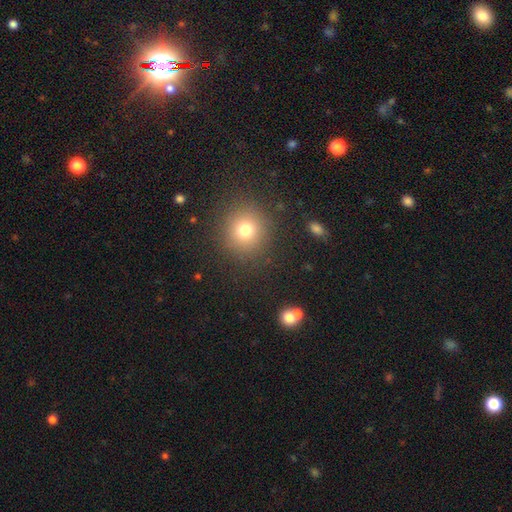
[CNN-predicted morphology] This appears to be a smooth galaxy with no disk features (62%) that is round (91%). Merging: none (91%).